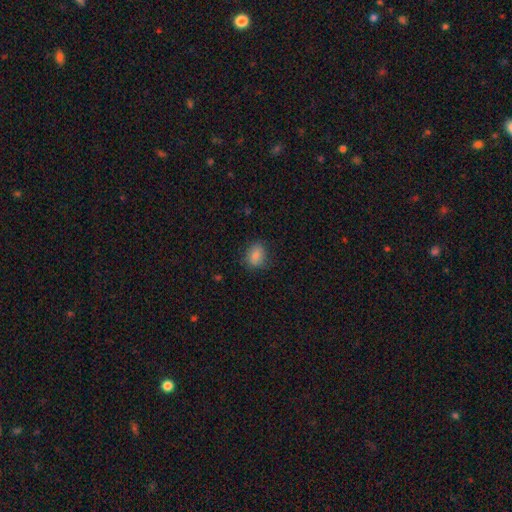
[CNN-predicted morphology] A smooth galaxy with no disk features (83%) that is round (50%). Merging: none (79%).